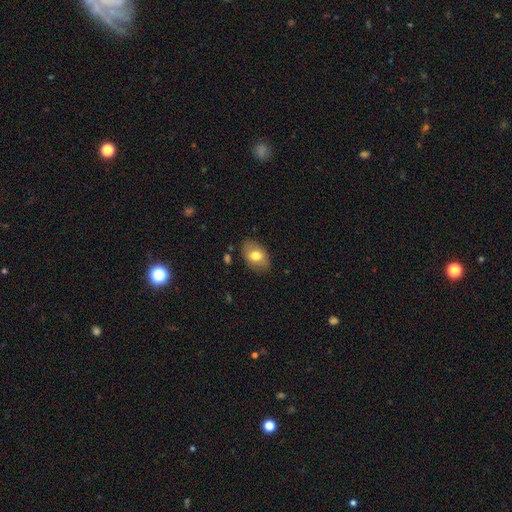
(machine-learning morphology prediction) A smooth galaxy with no disk features (71%) that is in between round and cigar-shaped (85%). Merging: none (83%).